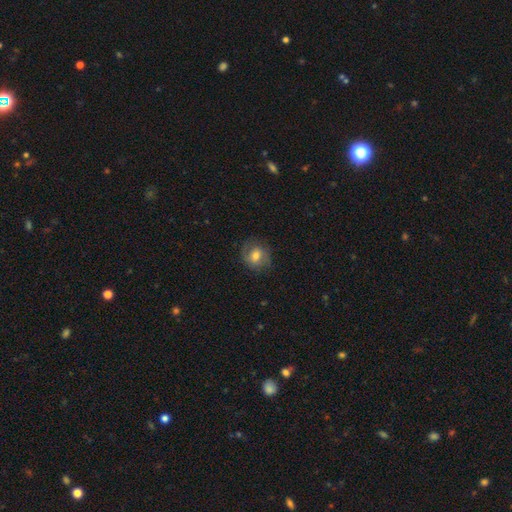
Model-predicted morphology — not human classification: This appears to be a smooth galaxy with no disk features (59%) that is round (72%). Merging: none (76%).